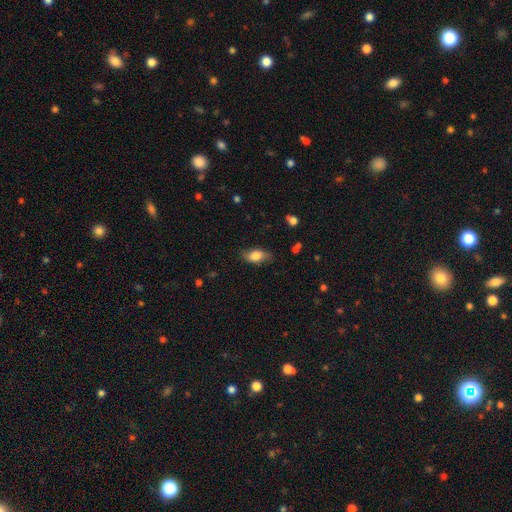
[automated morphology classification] smooth_or_featured: smooth (p=0.73) [alt: featured or disk p=0.20]
how_rounded: in between (p=0.87) [alt: cigar-shaped p=0.08]
merging: none (p=0.76) [alt: minor disturbance p=0.18]